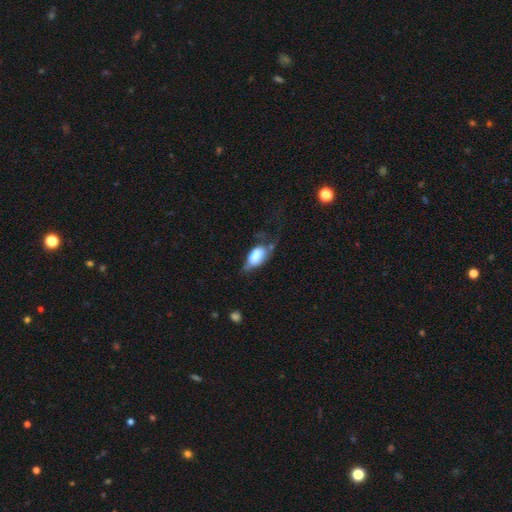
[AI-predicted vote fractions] smooth-or-featured: smooth: 66% | featured or disk: 26% | star or artifact: 8%
  how-rounded: in between: 89% | cigar-shaped: 7% | round: 4%
  merging: major disturbance: 37% | minor disturbance: 27% | none: 26% | merger: 10%